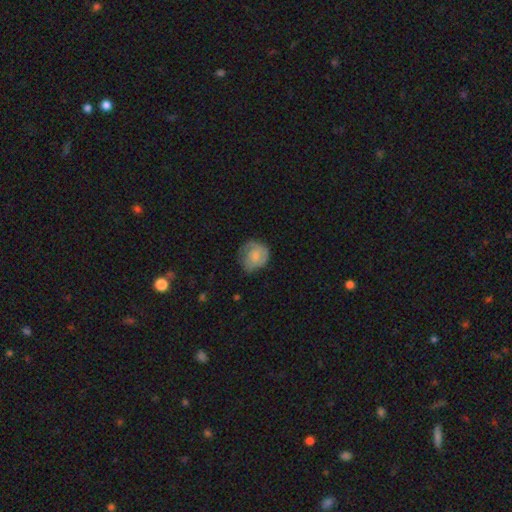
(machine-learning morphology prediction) smooth_or_featured: smooth (p=0.52) [alt: featured or disk p=0.42]
how_rounded: round (p=0.78) [alt: in between p=0.21]
merging: none (p=0.59) [alt: minor disturbance p=0.28]